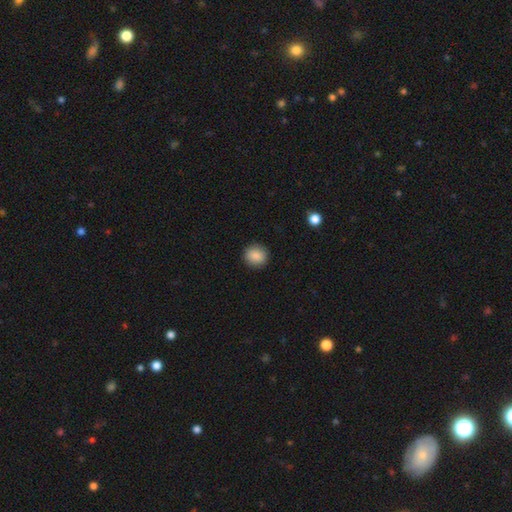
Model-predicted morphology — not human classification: A smooth galaxy with no disk features (87%) that is round (89%).

Vote fractions:
- Smooth or featured? smooth: 87% / star or artifact: 9% / featured or disk: 4%
- How rounded? round: 89% / in between: 10% / cigar-shaped: 1%
- Merging? none: 91% / minor disturbance: 6% / major disturbance: 2% / merger: 1%